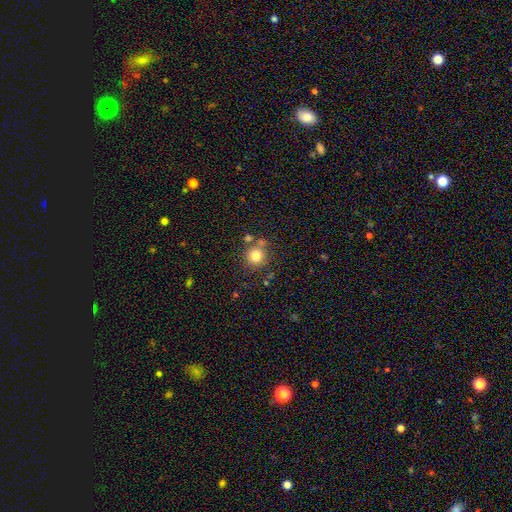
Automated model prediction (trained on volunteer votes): Smooth or featured? smooth (80%)
How rounded? round (89%)
Merging? none (73%)